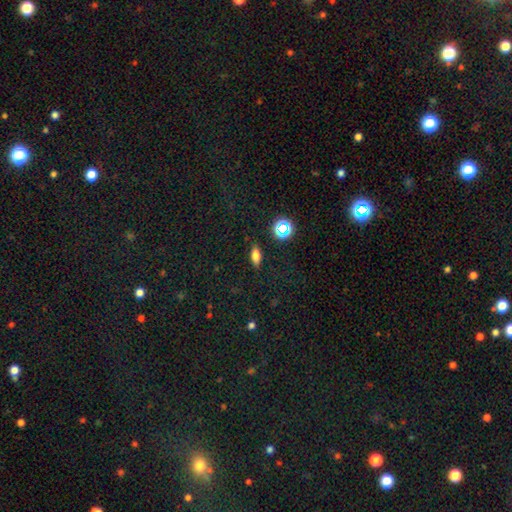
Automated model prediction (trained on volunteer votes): Overall: smooth (70%). How rounded: in between (74%). Merging: none (86%).